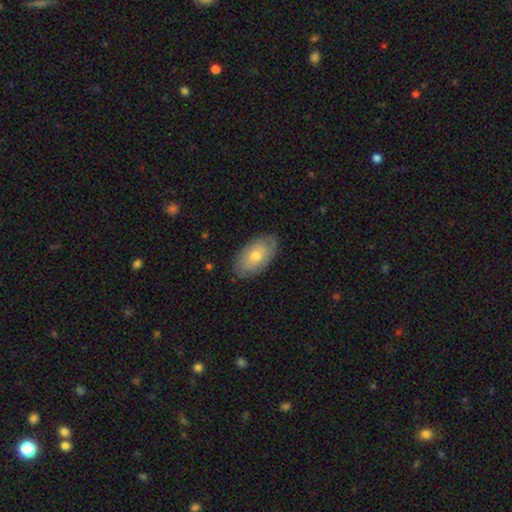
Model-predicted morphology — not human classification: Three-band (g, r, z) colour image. It shows a smooth galaxy with no disk features (64%) that is in between round and cigar-shaped (94%). Merging: none (82%).